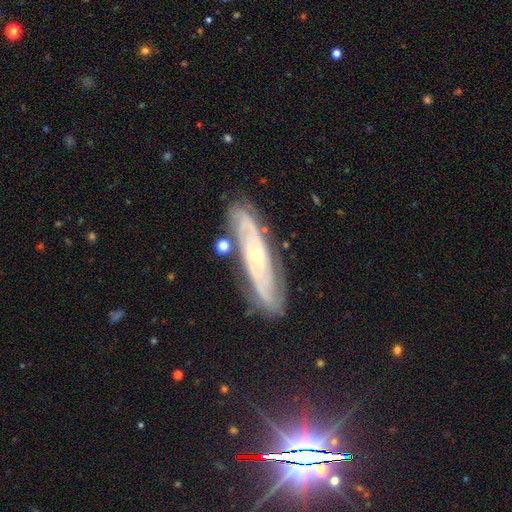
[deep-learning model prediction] Smooth or featured? featured or disk (83%)
Edge-on disk? no (76%)
Bar? no (72%)
Spiral arms? yes (91%)
Spiral winding? tight (68%)
Spiral arm count? can't tell (41%)
Bulge size? small (68%)
Merging? none (81%)